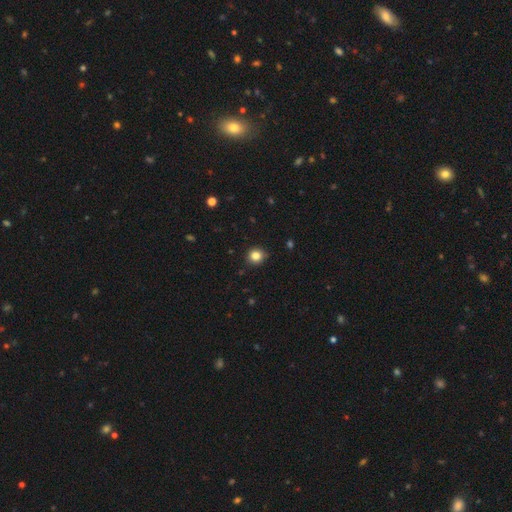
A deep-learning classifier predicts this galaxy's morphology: Q: Smooth or featured?
A: smooth (83%); runner-up: star or artifact (11%)
Q: How rounded?
A: round (89%); runner-up: in between (10%)
Q: Merging?
A: none (88%); runner-up: minor disturbance (9%)